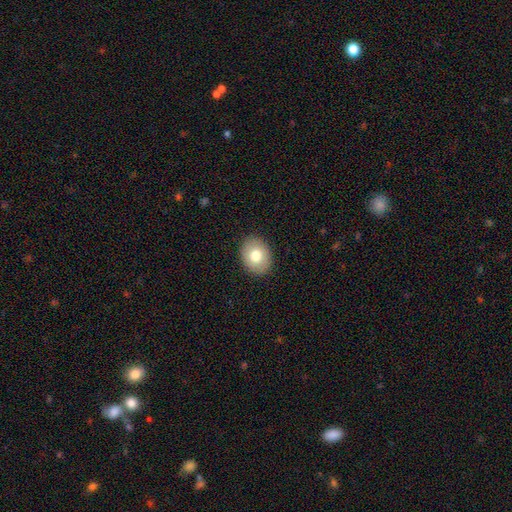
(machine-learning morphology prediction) Smooth or featured? smooth (75%)
How rounded? in between (61%)
Merging? none (90%)